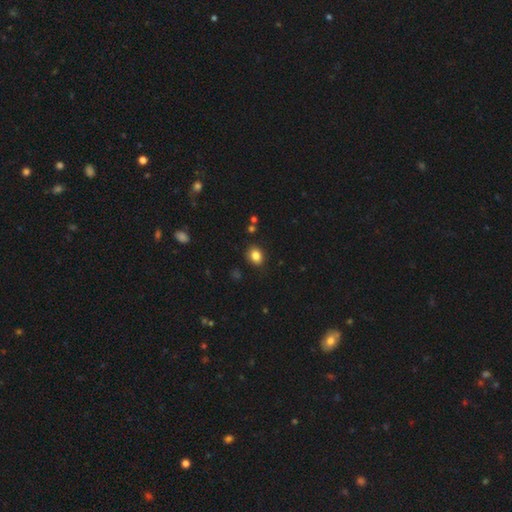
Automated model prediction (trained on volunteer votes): The model was most divided on "how rounded": in between: 56%, round: 43%, cigar-shaped: 1%. More confident: merging — none (87%); smooth or featured — smooth (85%).